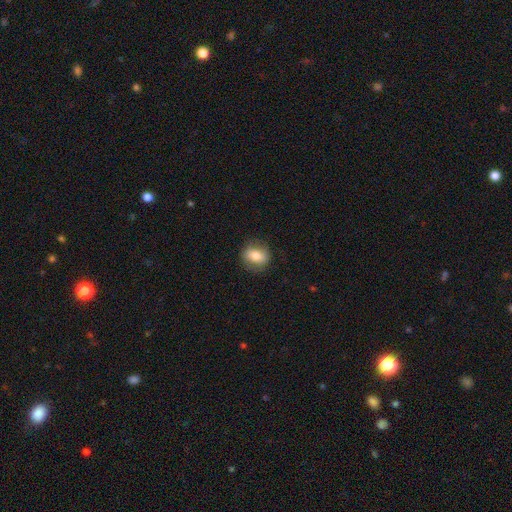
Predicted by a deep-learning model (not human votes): This appears to be a smooth galaxy with no disk features (74%) that is in between round and cigar-shaped (54%). Merging: none (82%).